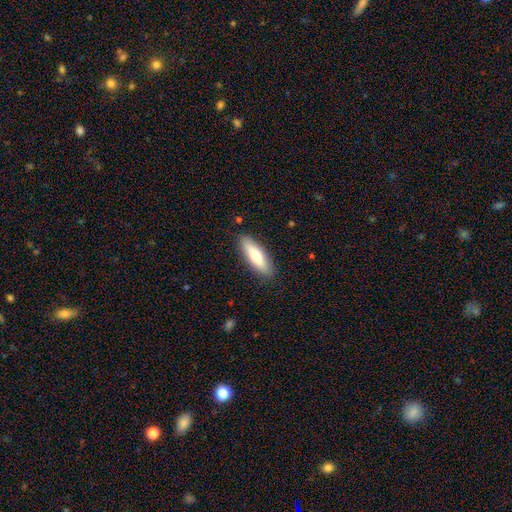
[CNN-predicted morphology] Smooth or featured? smooth (72%)
How rounded? cigar-shaped (54%)
Merging? none (87%)